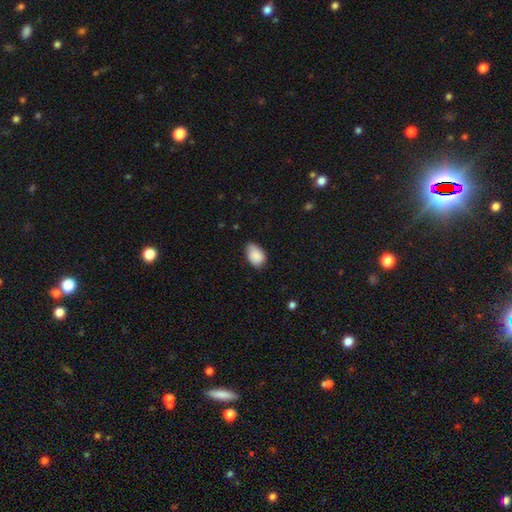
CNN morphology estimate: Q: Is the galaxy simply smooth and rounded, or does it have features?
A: smooth — 87%.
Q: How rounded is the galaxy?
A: in between — 86%.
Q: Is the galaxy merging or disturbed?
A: none — 57%.